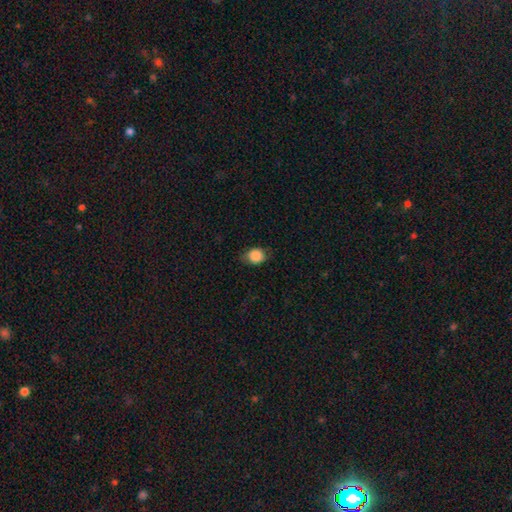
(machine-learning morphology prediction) Smooth or featured? Predicted: smooth (p=0.85). How rounded? Predicted: round (p=0.56). Merging? Predicted: none (p=0.74).